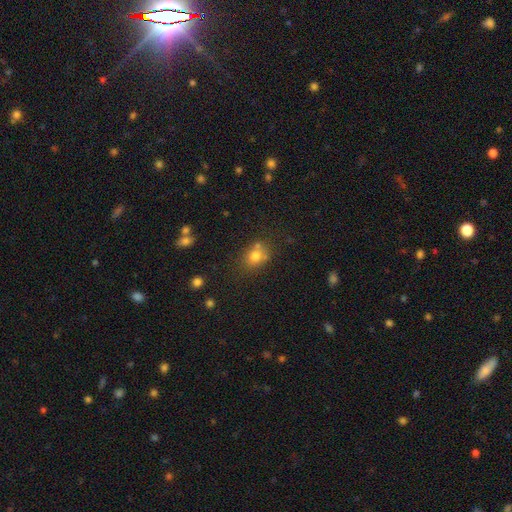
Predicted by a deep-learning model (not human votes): smooth-or-featured: smooth: 75% | star or artifact: 13% | featured or disk: 12%
  how-rounded: round: 53% | in between: 46% | cigar-shaped: 1%
  merging: none: 58% | merger: 21% | minor disturbance: 16% | major disturbance: 5%